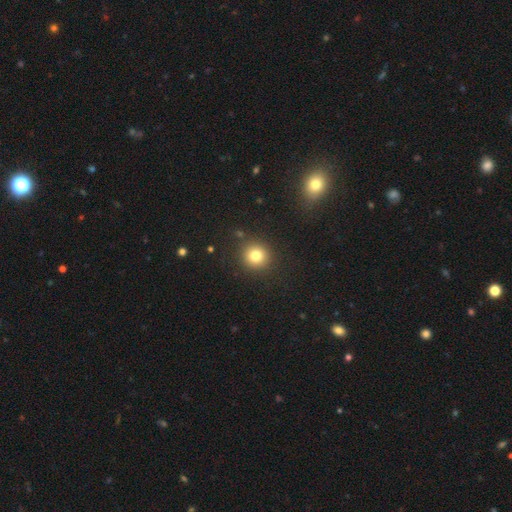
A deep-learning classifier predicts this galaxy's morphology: Smooth or featured? smooth (80%)
How rounded? round (93%)
Merging? none (90%)